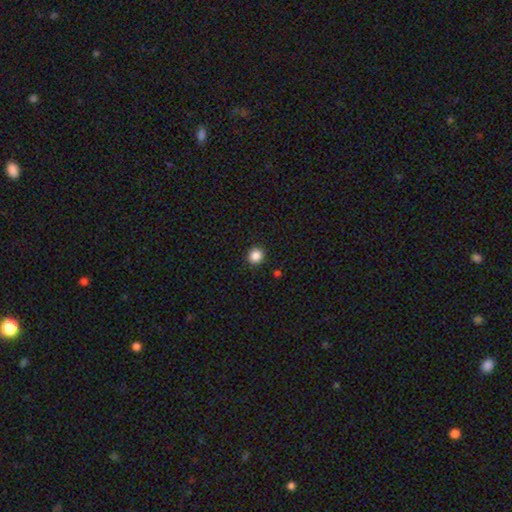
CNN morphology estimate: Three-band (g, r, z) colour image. It shows a smooth galaxy with no disk features (86%) that is round (90%). Merging: none (92%).